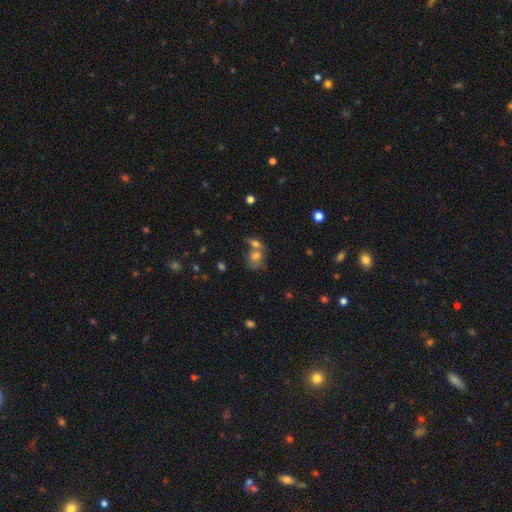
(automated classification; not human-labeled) Smooth or featured? smooth (67%)
How rounded? in between (55%)
Merging? merger (51%)